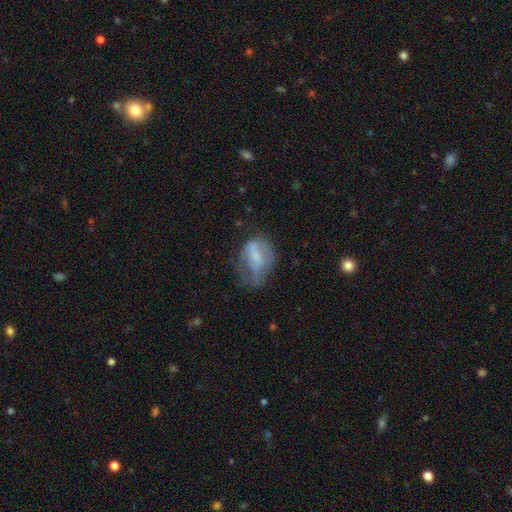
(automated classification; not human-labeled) smooth 51%, featured or disk 39%, star or artifact 10%. Down the decision tree: how rounded — in between (76%); merging — major disturbance (33%, tied with none).